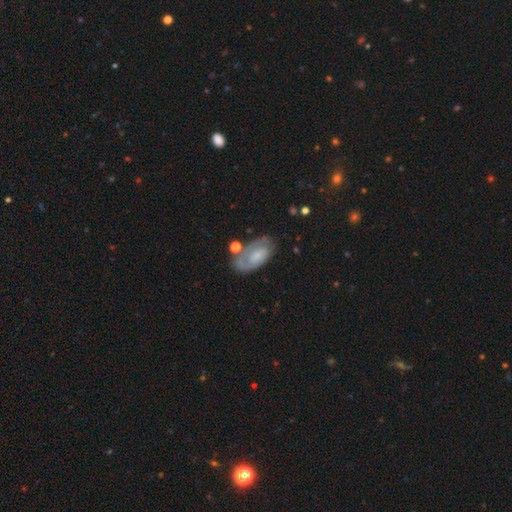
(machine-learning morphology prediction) smooth-or-featured: featured or disk: 54% | smooth: 38% | star or artifact: 8%
  disk-edge-on: no: 94% | yes: 6%
    bar: no: 68% | weak: 27% | strong: 5%
    has-spiral-arms: yes: 72% | no: 28%
    bulge-size: small: 45% | none: 25% | moderate: 23% | large: 5% | dominant: 2%
  merging: none: 55% | minor disturbance: 24% | major disturbance: 12% | merger: 8%